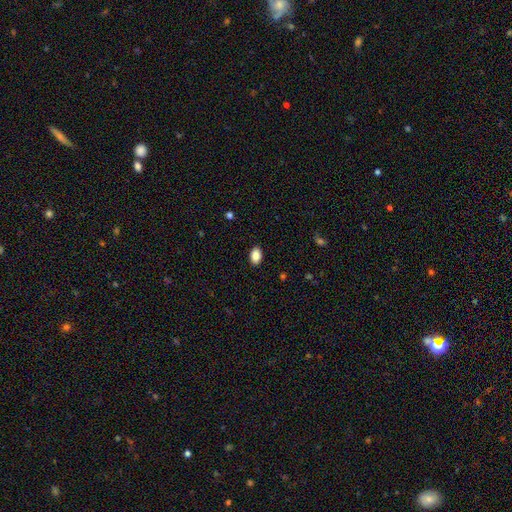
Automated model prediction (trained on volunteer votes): The model was most divided on "how rounded": in between: 89%, round: 10%, cigar-shaped: 1%. More confident: merging — none (89%); smooth or featured — smooth (88%).